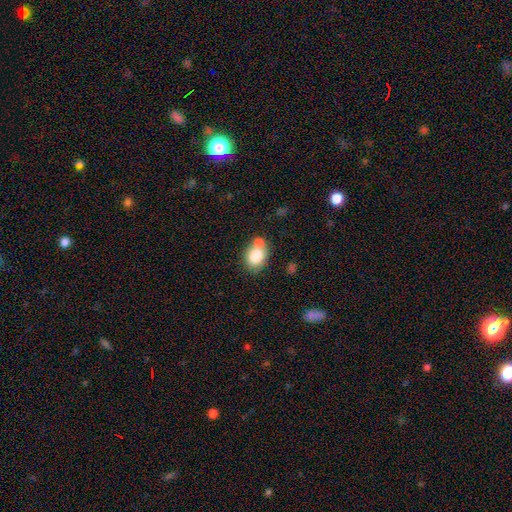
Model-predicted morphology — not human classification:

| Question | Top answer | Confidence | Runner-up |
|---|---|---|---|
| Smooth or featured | smooth | 80% | featured or disk (12%) |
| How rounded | in between | 59% | round (40%) |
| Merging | none | 49% | merger (32%) |